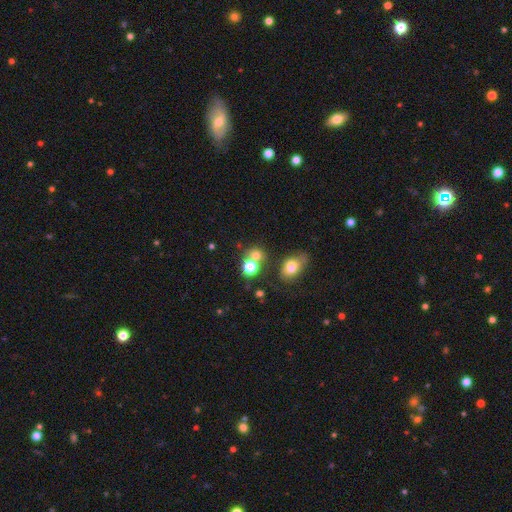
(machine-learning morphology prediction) smooth 69%, star or artifact 21%, featured or disk 10%. Down the decision tree: how rounded — round (73%); merging — none (52%).